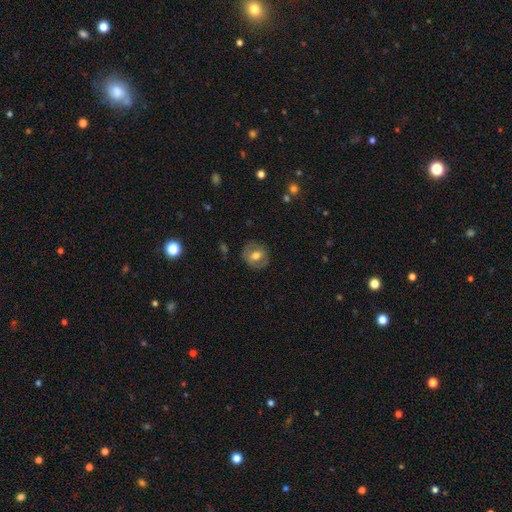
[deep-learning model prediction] Smooth or featured: smooth — 57% (featured or disk — 35%)
How rounded: round — 76% (in between — 23%)
Merging: none — 81% (minor disturbance — 13%)